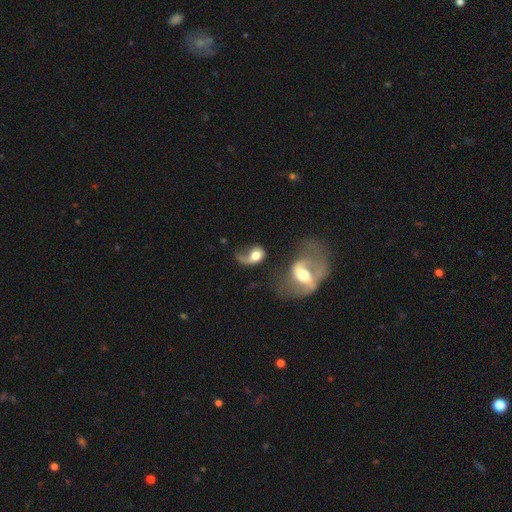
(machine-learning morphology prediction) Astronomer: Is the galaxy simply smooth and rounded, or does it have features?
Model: featured or disk — 49% (runner-up: smooth, 42%).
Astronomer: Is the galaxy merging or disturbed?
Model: major disturbance — 42% (runner-up: none, 21%).